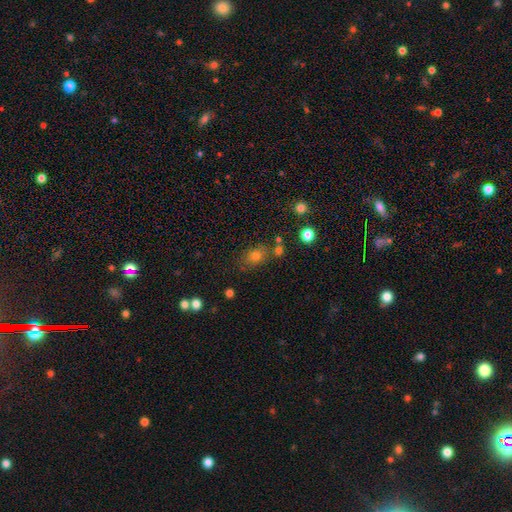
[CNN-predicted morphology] type=smooth (74%); roundness=in between (60%); merging=none (69%).